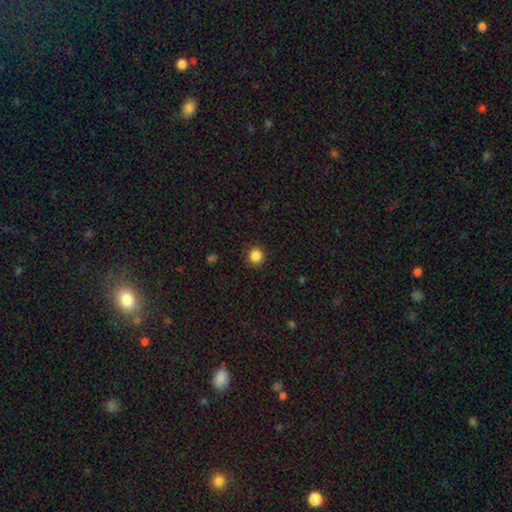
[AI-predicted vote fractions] smooth-or-featured: smooth: 86% | star or artifact: 11% | featured or disk: 3%
  how-rounded: round: 93% | in between: 6% | cigar-shaped: 1%
  merging: none: 90% | minor disturbance: 7% | major disturbance: 2% | merger: 1%